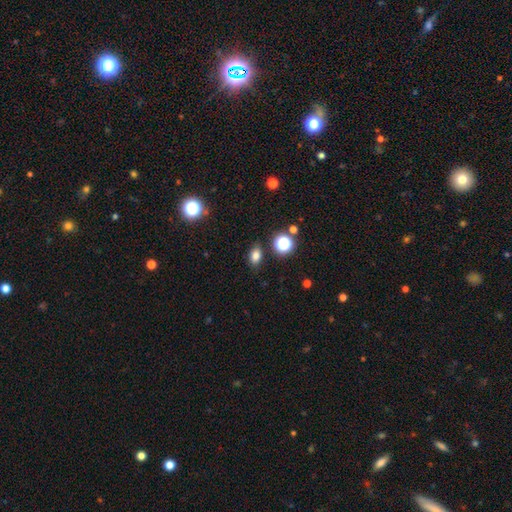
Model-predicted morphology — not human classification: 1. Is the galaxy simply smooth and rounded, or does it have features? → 79% smooth, 15% star or artifact, 6% featured or disk.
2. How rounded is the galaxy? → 73% in between, 25% round, 2% cigar-shaped.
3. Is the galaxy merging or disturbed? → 83% none, 11% minor disturbance, 3% major disturbance, 3% merger.